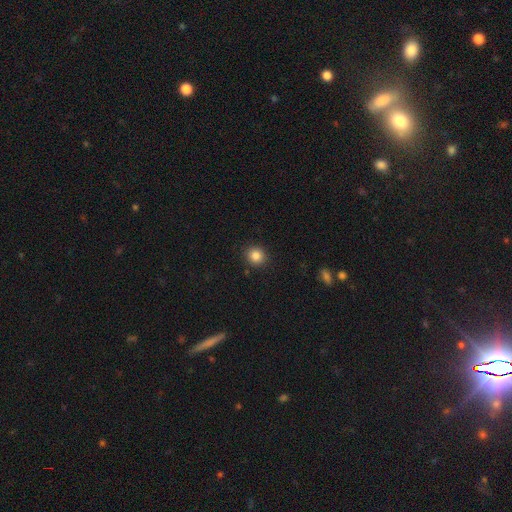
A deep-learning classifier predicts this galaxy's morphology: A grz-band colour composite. It shows a smooth galaxy with no disk features (84%) that is round (89%). Merging: none (91%).